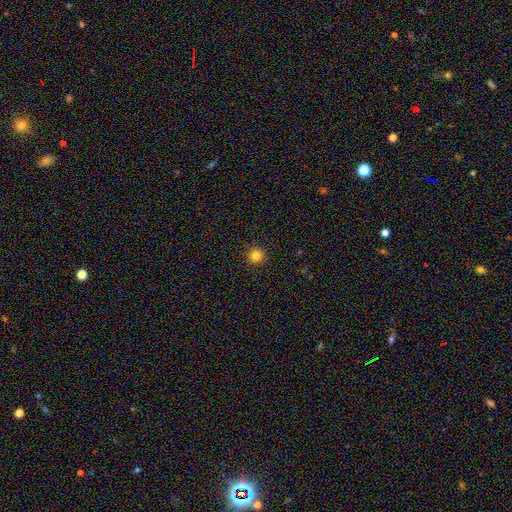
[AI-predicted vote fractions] Smooth or featured?
  - smooth: 81% *
  - star or artifact: 14%
  - featured or disk: 5%
How rounded?
  - round: 96% *
  - in between: 3%
  - cigar-shaped: 1%
Merging?
  - none: 93% *
  - minor disturbance: 4%
  - major disturbance: 2%
  - merger: 1%